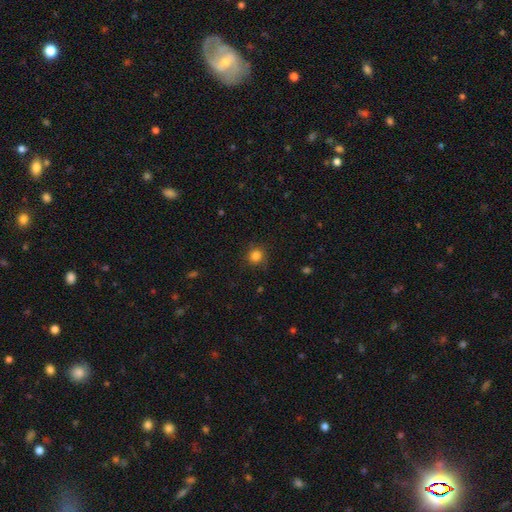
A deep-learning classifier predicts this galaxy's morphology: This is clearly a smooth galaxy (83%). How rounded: clearly round (90%). Merging: clearly none (80%).